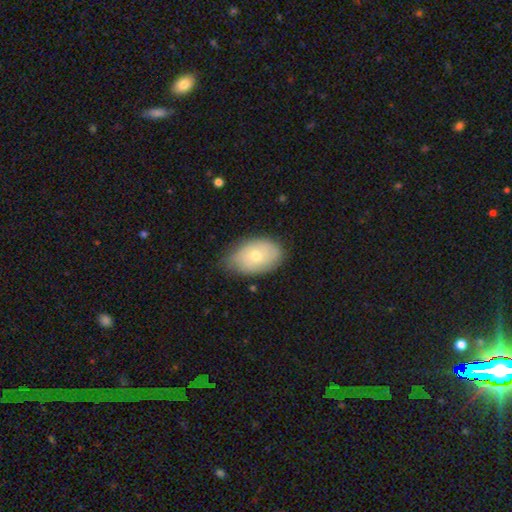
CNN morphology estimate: Smooth or featured: smooth — 63% (featured or disk — 30%)
How rounded: in between — 88% (round — 10%)
Merging: none — 70% (minor disturbance — 24%)